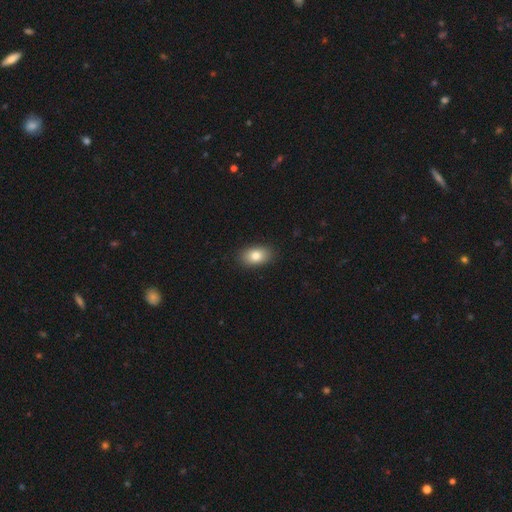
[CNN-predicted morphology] A smooth galaxy with no disk features (82%) that is in between round and cigar-shaped (89%). Merging: none (89%).